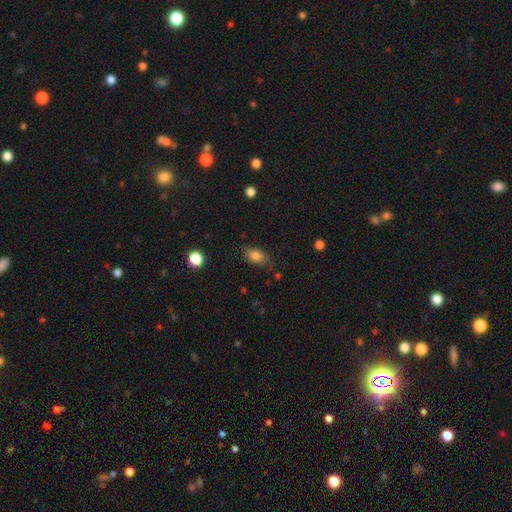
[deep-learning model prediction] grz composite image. It shows a smooth galaxy with no disk features (80%) that is in between round and cigar-shaped (84%). Merging: none (77%).